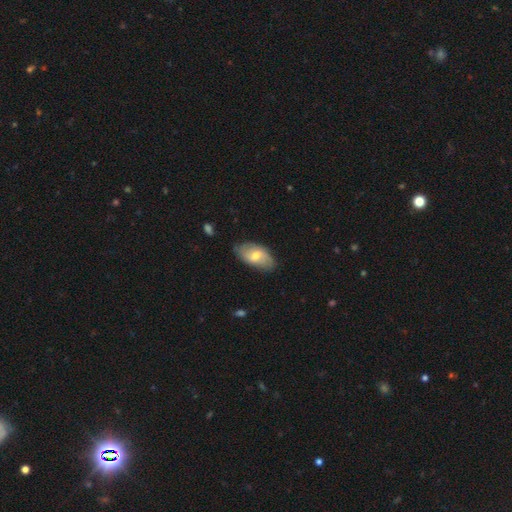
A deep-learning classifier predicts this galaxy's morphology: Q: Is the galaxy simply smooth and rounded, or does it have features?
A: smooth — 54%.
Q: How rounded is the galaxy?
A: in between — 93%.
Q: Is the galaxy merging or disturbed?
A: none — 73%.